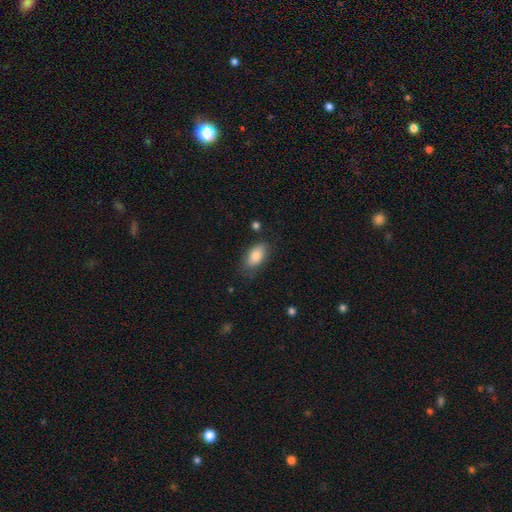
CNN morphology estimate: Overall: smooth (82%). How rounded: in between (91%). Merging: none (74%).